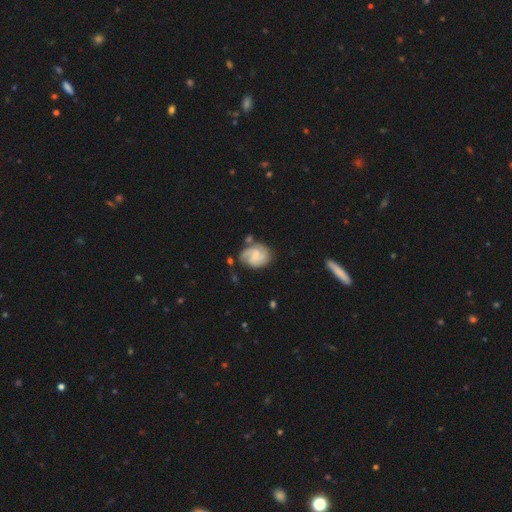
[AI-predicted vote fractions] This appears to be a featured or disk galaxy (65%) with a weak bar (50%), 2 (65%) medium (46%) spiral arms (91%) and a small central bulge (39%). Merging: none (60%).